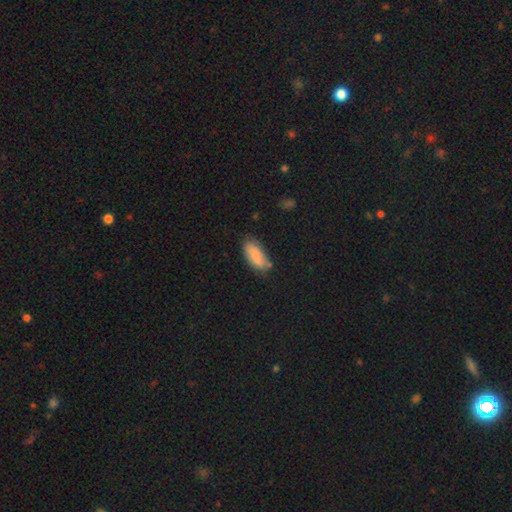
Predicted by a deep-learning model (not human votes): This is clearly a smooth galaxy (82%). How rounded: clearly in between (85%). Merging: likely none (71%).